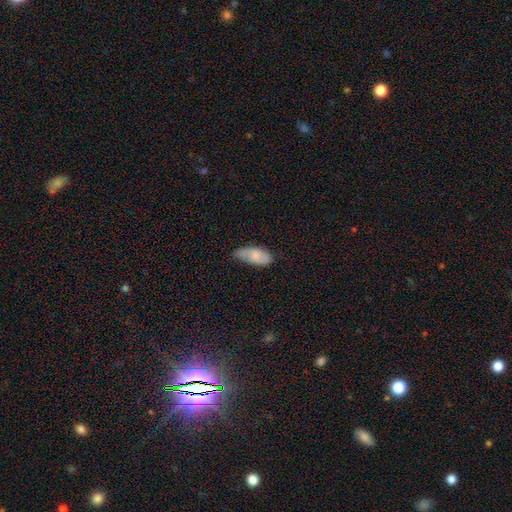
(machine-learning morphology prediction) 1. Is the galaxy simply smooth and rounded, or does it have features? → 72% smooth, 21% featured or disk, 6% star or artifact.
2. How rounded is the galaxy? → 87% in between, 10% cigar-shaped, 2% round.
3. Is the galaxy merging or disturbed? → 50% none, 39% minor disturbance, 9% major disturbance, 2% merger.